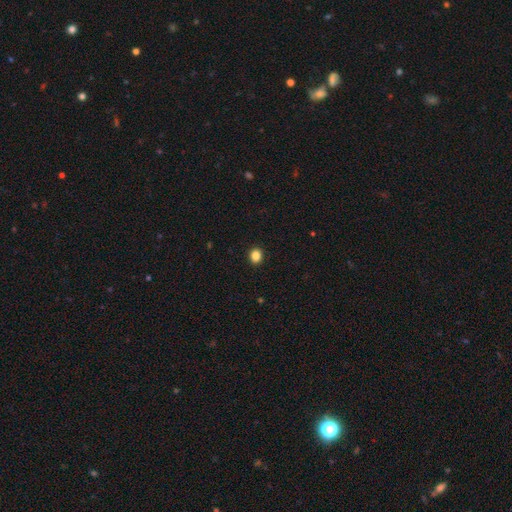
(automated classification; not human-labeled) smooth-or-featured: smooth: 86% | star or artifact: 11% | featured or disk: 4%
  how-rounded: round: 72% | in between: 27% | cigar-shaped: 1%
  merging: none: 93% | minor disturbance: 5% | major disturbance: 2% | merger: 1%